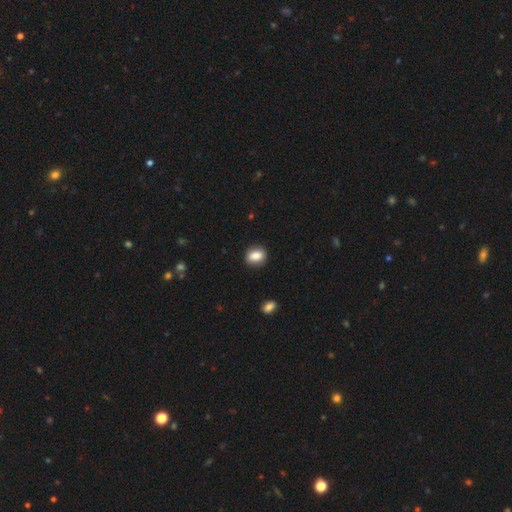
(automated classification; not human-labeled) Smooth or featured? Predicted: smooth (p=0.83). How rounded? Predicted: in between (p=0.50). Merging? Predicted: none (p=0.88).